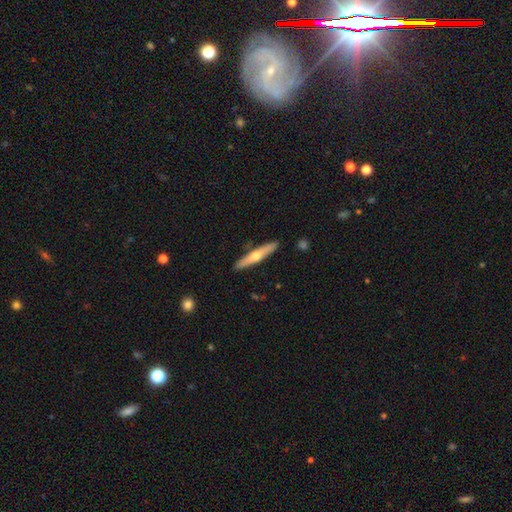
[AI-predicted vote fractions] smooth-or-featured: featured or disk: 51% | smooth: 43% | star or artifact: 5%
  disk-edge-on: yes: 93% | no: 7%
  merging: none: 90% | minor disturbance: 7% | merger: 2% | major disturbance: 2%